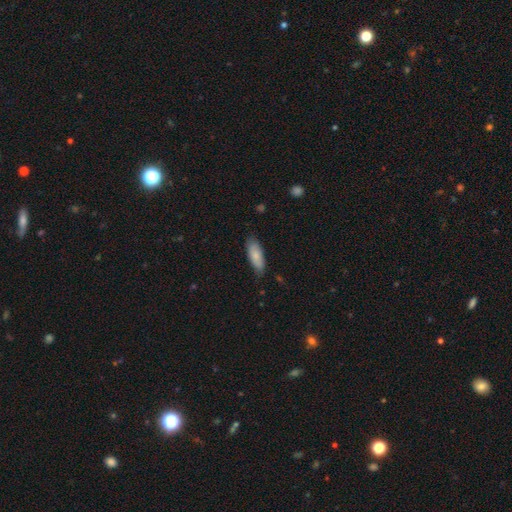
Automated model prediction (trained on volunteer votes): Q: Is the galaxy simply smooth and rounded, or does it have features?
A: smooth — 82%.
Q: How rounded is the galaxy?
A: in between — 73%.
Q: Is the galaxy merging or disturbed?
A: none — 77%.